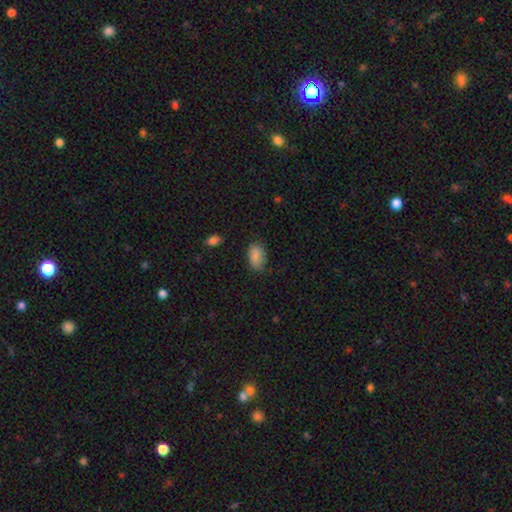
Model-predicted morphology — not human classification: This appears to be a smooth galaxy with no disk features (88%) that is in between round and cigar-shaped (91%). Merging: none (78%).